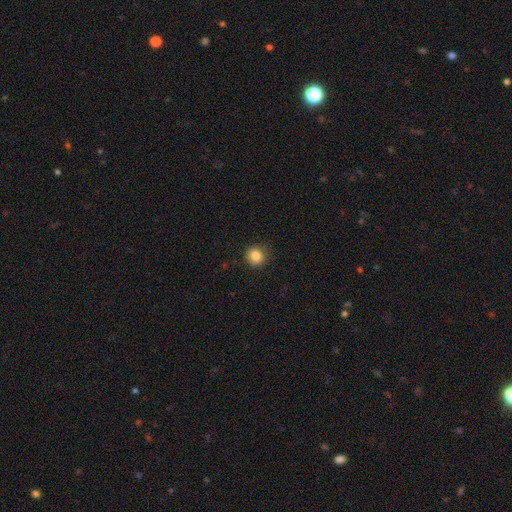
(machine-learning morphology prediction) A smooth galaxy with no disk features (84%) that is round (92%).

Vote fractions:
- Smooth or featured? smooth: 84% / star or artifact: 11% / featured or disk: 6%
- How rounded? round: 92% / in between: 7% / cigar-shaped: 1%
- Merging? none: 88% / minor disturbance: 9% / major disturbance: 2% / merger: 1%